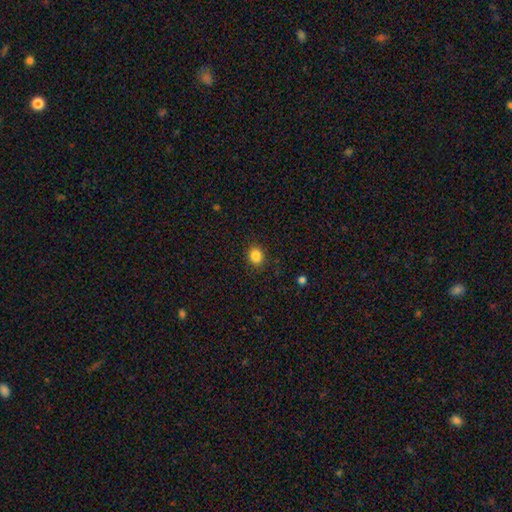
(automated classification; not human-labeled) smooth 85%, star or artifact 10%, featured or disk 5%. Down the decision tree: how rounded — round (57%); merging — none (89%).